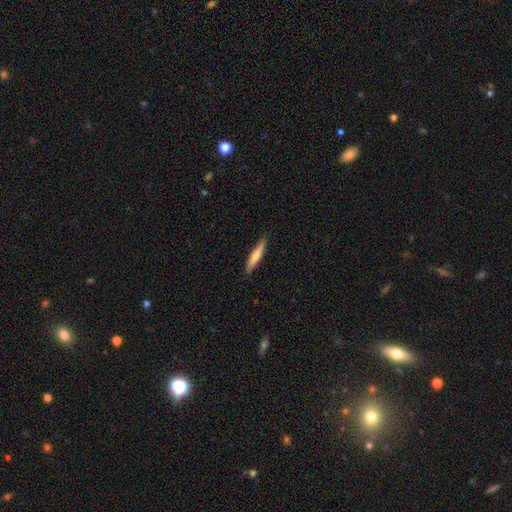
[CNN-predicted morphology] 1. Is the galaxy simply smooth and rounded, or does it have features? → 67% smooth, 27% featured or disk, 5% star or artifact.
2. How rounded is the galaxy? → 91% cigar-shaped, 8% in between, 1% round.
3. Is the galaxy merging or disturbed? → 88% none, 9% minor disturbance, 2% major disturbance, 1% merger.